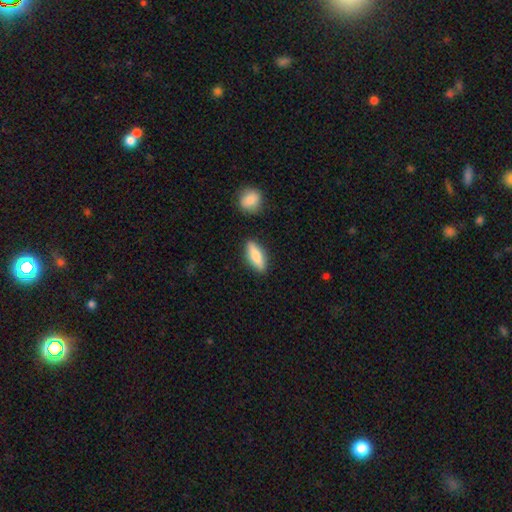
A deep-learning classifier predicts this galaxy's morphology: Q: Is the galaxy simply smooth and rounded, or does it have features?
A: smooth — 76%.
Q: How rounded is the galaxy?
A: in between — 55%.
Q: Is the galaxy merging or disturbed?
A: none — 85%.